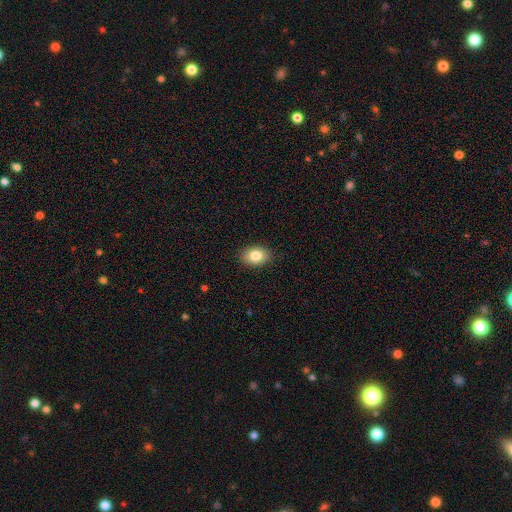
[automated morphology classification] This appears to be a smooth galaxy with no disk features (83%) that is in between round and cigar-shaped (74%). Merging: none (88%).